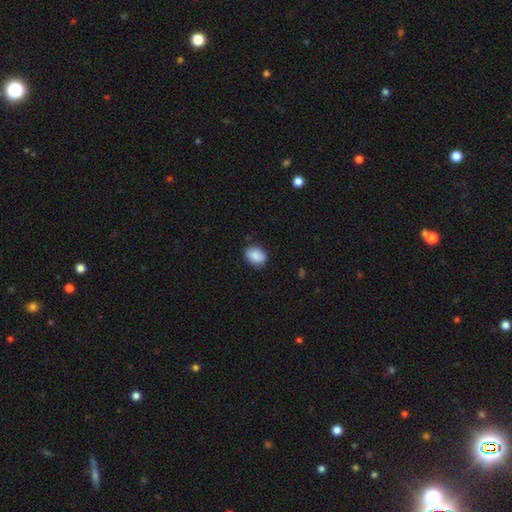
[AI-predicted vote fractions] Q: Smooth or featured?
A: smooth (89%); runner-up: star or artifact (7%)
Q: How rounded?
A: in between (72%); runner-up: round (27%)
Q: Merging?
A: none (81%); runner-up: minor disturbance (15%)